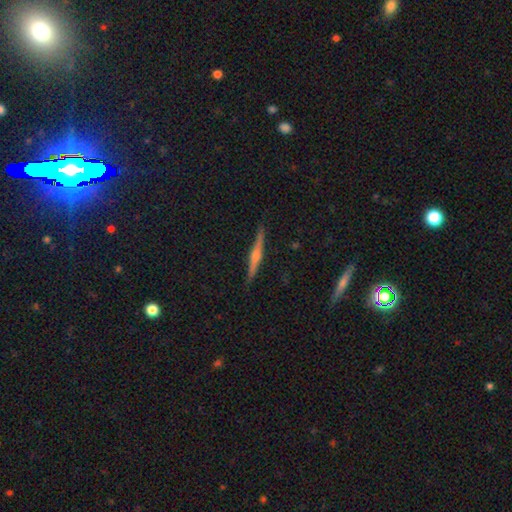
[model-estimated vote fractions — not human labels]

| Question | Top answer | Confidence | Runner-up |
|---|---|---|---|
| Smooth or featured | featured or disk | 74% | smooth (20%) |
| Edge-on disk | yes | 98% | no (2%) |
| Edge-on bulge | rounded | 81% | boxy (10%) |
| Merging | none | 90% | minor disturbance (7%) |